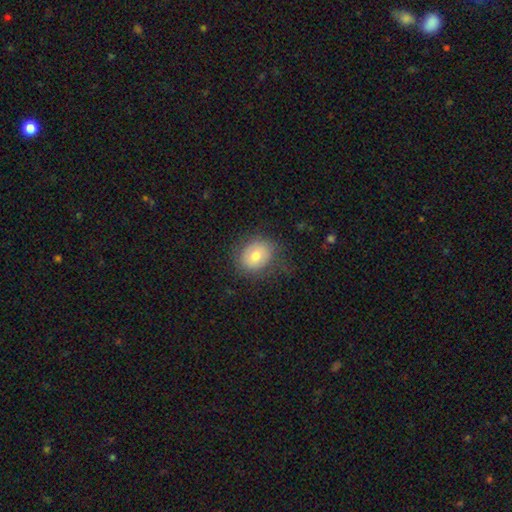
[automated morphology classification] Smooth or featured? Predicted: smooth (p=0.73). How rounded? Predicted: round (p=0.56). Merging? Predicted: none (p=0.74).